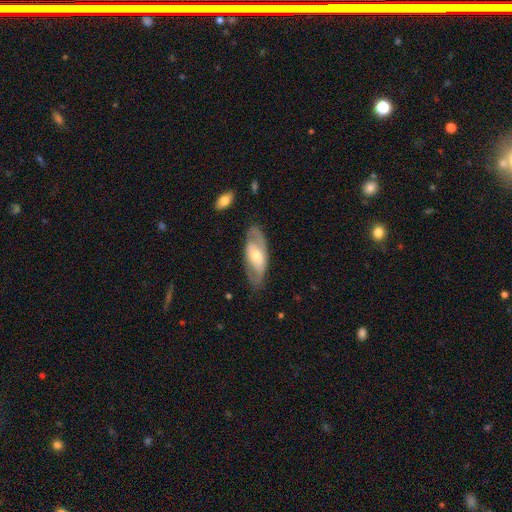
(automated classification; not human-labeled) Smooth or featured? featured or disk (63%)
Edge-on disk? no (84%)
Bar? no (57%)
Spiral arms? yes (60%)
Bulge size? moderate (57%)
Merging? none (77%)